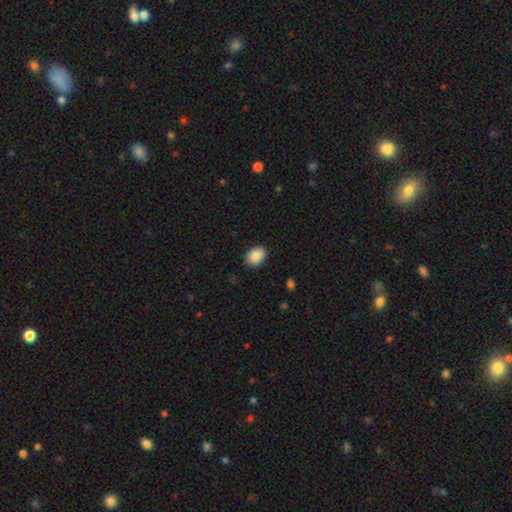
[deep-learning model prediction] Smooth or featured? smooth (89%)
How rounded? in between (73%)
Merging? none (88%)